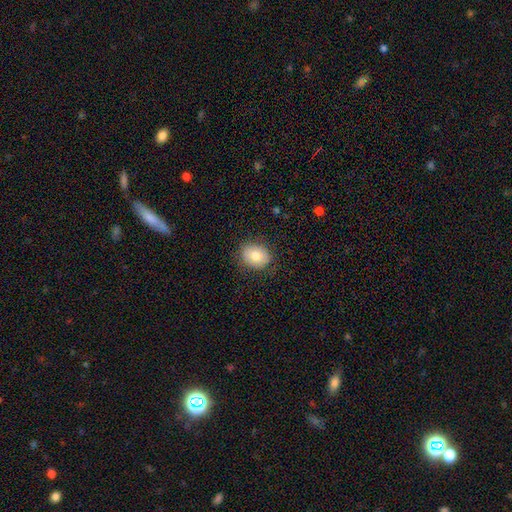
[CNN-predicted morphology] smooth_or_featured: smooth (p=0.78) [alt: featured or disk p=0.14]
how_rounded: round (p=0.53) [alt: in between p=0.46]
merging: none (p=0.85) [alt: minor disturbance p=0.11]